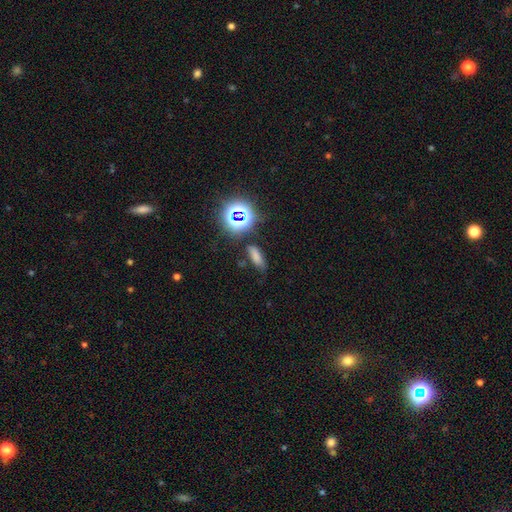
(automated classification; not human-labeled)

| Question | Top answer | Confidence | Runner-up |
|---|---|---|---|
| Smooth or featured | smooth | 68% | star or artifact (23%) |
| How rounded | in between | 61% | cigar-shaped (31%) |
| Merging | none | 68% | minor disturbance (20%) |